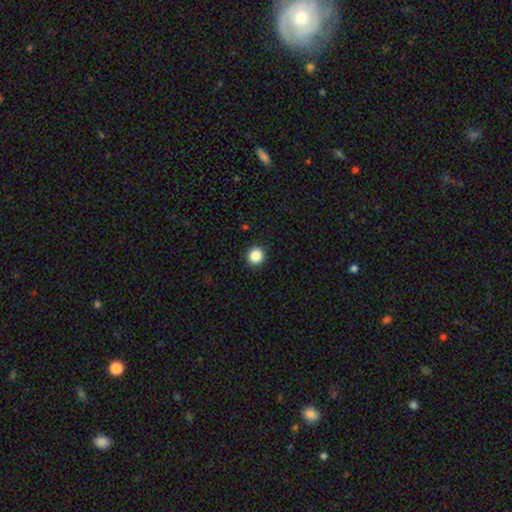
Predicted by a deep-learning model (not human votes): smooth_or_featured: smooth (p=0.87) [alt: star or artifact p=0.10]
how_rounded: round (p=0.94) [alt: in between p=0.05]
merging: none (p=0.93) [alt: minor disturbance p=0.05]